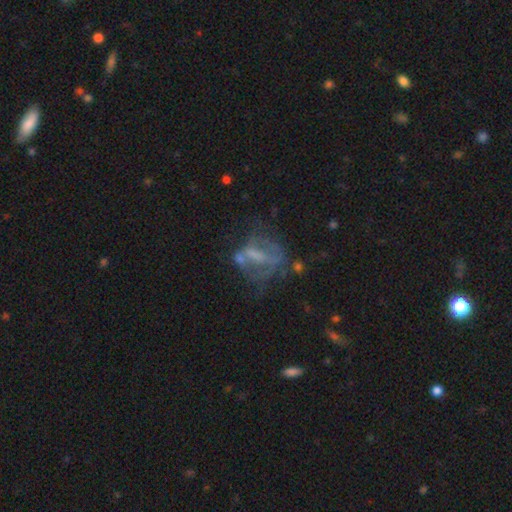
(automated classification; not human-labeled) Smooth or featured? Predicted: featured or disk (p=0.57). Edge-on disk? Predicted: no (p=0.92). Bar? Predicted: no (p=0.46). Spiral arms? Predicted: no (p=0.70). Bulge size? Predicted: none (p=0.46). Merging? Predicted: none (p=0.36).